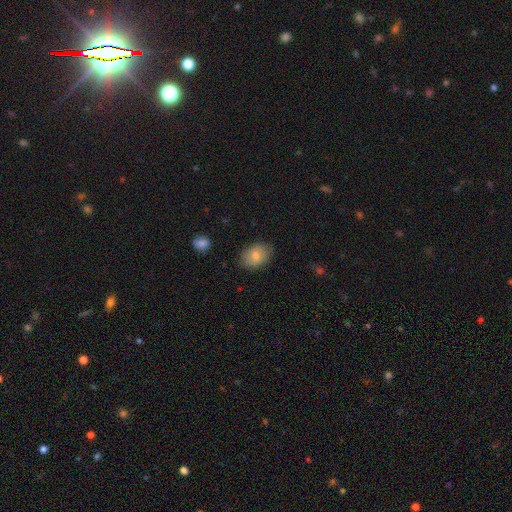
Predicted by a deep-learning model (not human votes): Smooth or featured: smooth — 79% (featured or disk — 13%)
How rounded: in between — 79% (round — 20%)
Merging: none — 81% (minor disturbance — 14%)